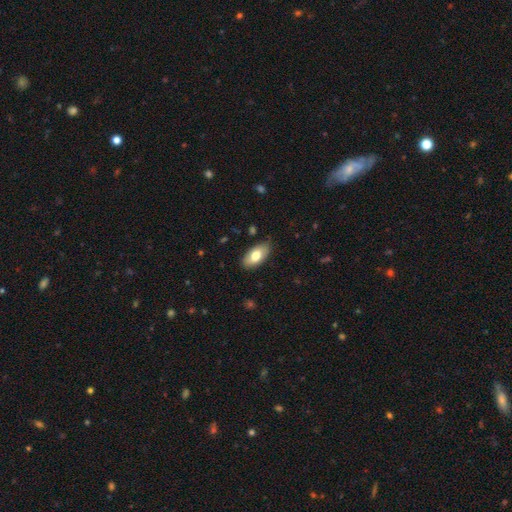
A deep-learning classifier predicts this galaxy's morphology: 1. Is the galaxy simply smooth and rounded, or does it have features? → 75% smooth, 19% featured or disk, 6% star or artifact.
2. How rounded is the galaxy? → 93% in between, 4% cigar-shaped, 3% round.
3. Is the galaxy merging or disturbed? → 84% none, 13% minor disturbance, 2% major disturbance, 1% merger.